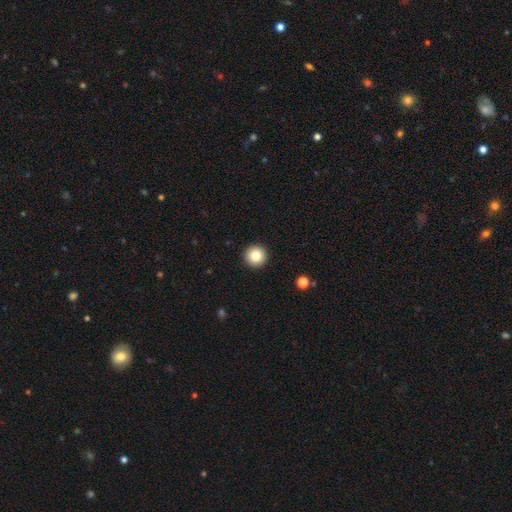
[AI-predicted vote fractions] Morphology: type=smooth (84%); roundness=round (96%); merging=none (94%).